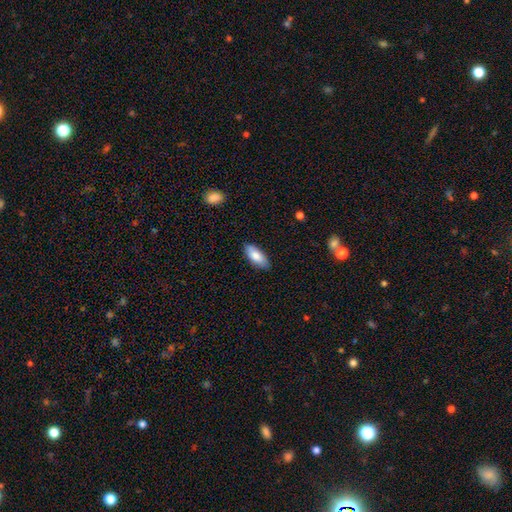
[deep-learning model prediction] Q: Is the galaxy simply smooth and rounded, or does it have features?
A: smooth — 83%.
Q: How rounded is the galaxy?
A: in between — 84%.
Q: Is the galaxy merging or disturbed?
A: none — 85%.